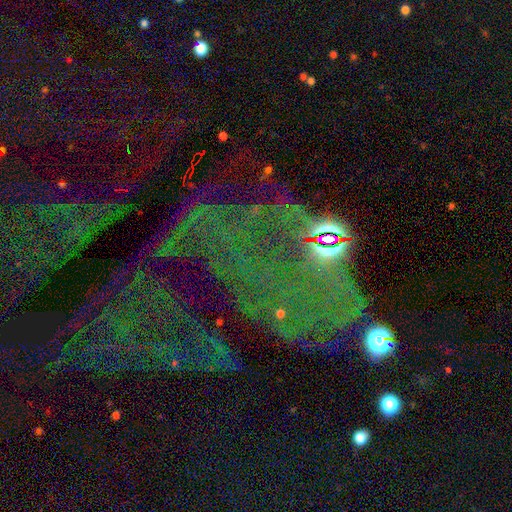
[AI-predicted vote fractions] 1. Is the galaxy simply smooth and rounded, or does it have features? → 75% star or artifact, 14% featured or disk, 11% smooth.